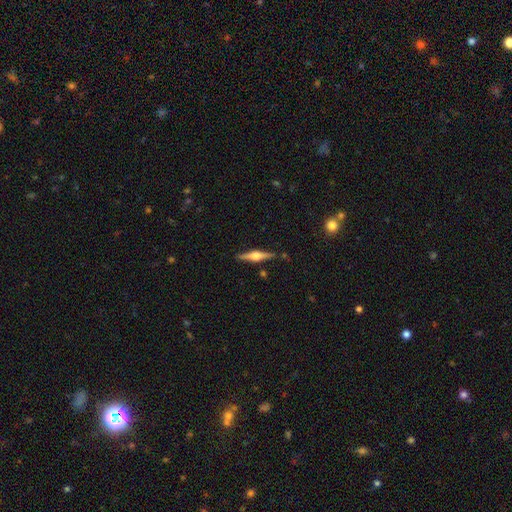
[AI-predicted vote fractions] Smooth or featured? featured or disk (77%)
Edge-on disk? yes (98%)
Edge-on bulge? rounded (90%)
Merging? none (88%)